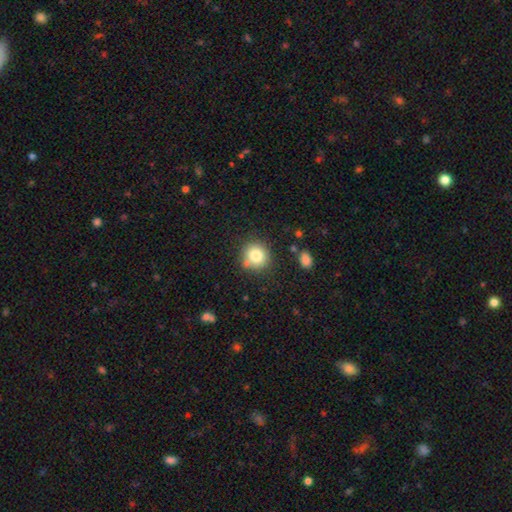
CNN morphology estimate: A smooth galaxy with no disk features (81%) that is round (89%).

Vote fractions:
- Smooth or featured? smooth: 81% / star or artifact: 11% / featured or disk: 9%
- How rounded? round: 89% / in between: 10% / cigar-shaped: 1%
- Merging? none: 77% / minor disturbance: 12% / merger: 8% / major disturbance: 4%